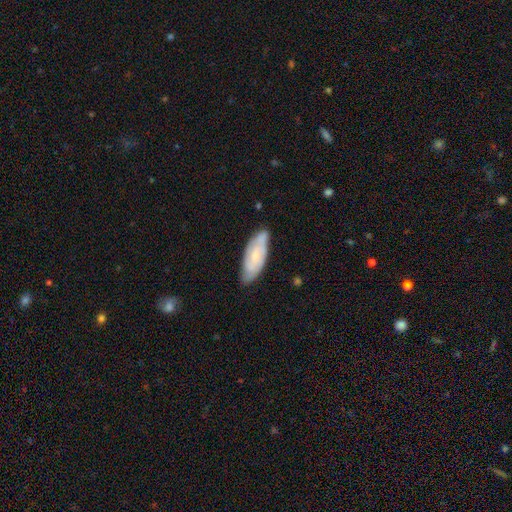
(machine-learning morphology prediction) This appears to be a featured or disk galaxy (55%). Merging: none (72%).